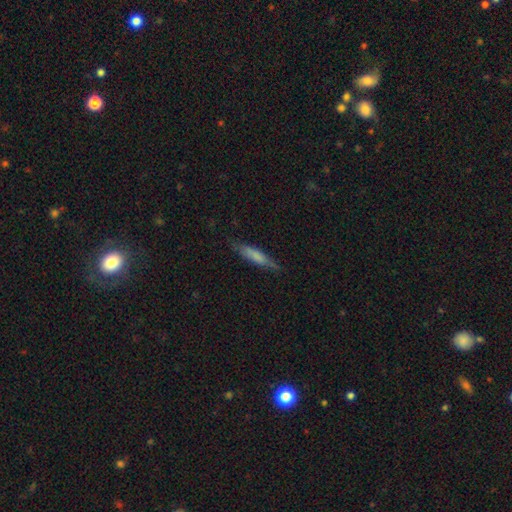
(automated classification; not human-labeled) smooth_or_featured: smooth (p=0.67) [alt: featured or disk p=0.27]
how_rounded: cigar-shaped (p=0.84) [alt: in between p=0.14]
merging: none (p=0.77) [alt: minor disturbance p=0.18]